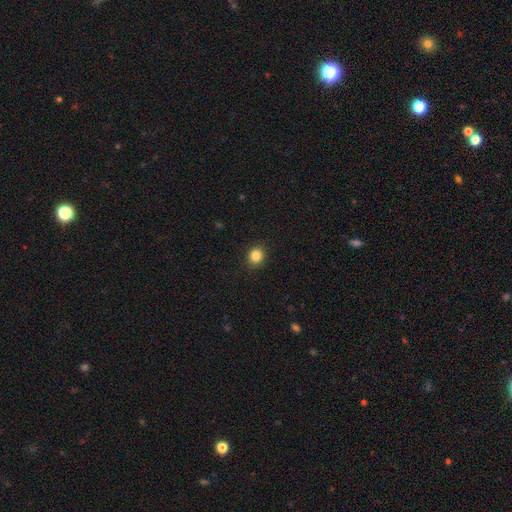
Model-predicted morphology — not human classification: This is clearly a smooth galaxy (85%). How rounded: likely round (80%). Merging: clearly none (91%).